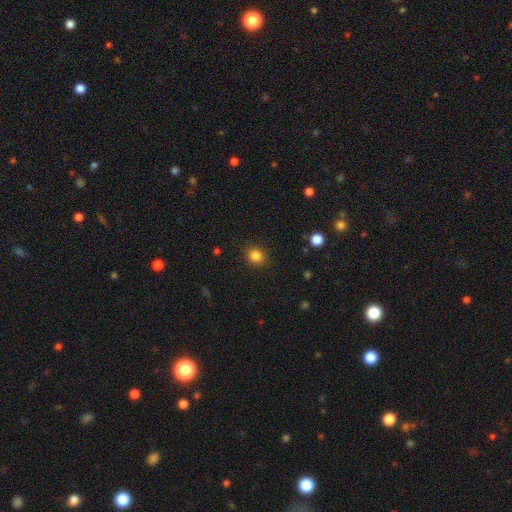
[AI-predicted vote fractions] This appears to be a smooth galaxy with no disk features (84%) that is round (79%). Merging: none (89%).